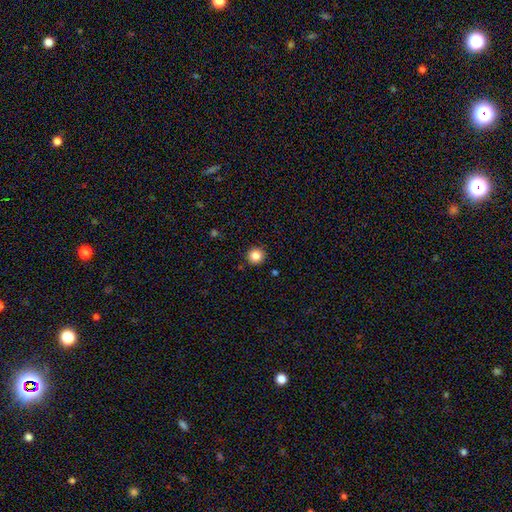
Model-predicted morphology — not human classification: smooth 85%, star or artifact 11%, featured or disk 4%. Down the decision tree: how rounded — round (95%); merging — none (92%).